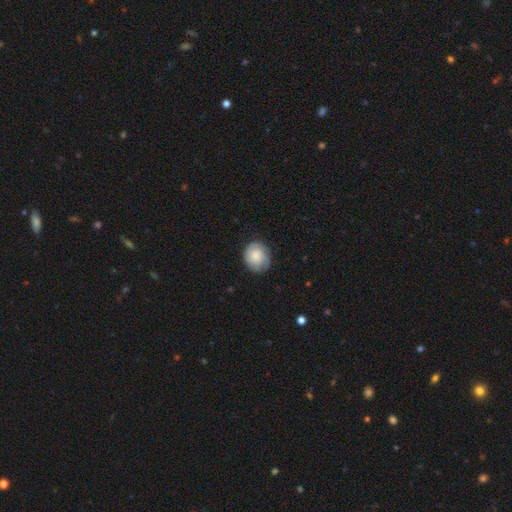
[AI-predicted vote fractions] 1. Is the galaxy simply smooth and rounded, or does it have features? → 66% smooth, 27% featured or disk, 7% star or artifact.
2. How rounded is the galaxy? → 74% round, 25% in between, 1% cigar-shaped.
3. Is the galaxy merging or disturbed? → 75% none, 19% minor disturbance, 5% major disturbance, 1% merger.